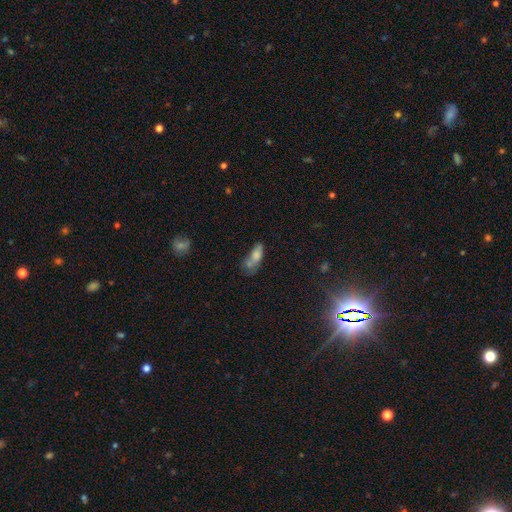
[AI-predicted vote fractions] Q: Smooth or featured?
A: smooth (66%); runner-up: featured or disk (22%)
Q: How rounded?
A: in between (72%); runner-up: cigar-shaped (23%)
Q: Merging?
A: merger (29%); runner-up: none (27%)